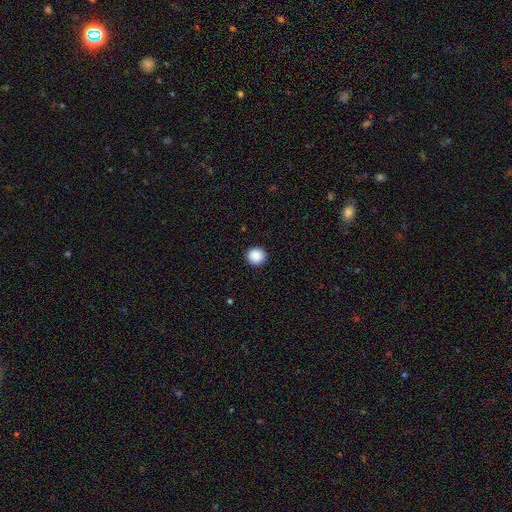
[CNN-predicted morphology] smooth-or-featured: smooth: 89% | star or artifact: 9% | featured or disk: 2%
  how-rounded: round: 93% | in between: 6% | cigar-shaped: 1%
  merging: none: 92% | minor disturbance: 5% | major disturbance: 2% | merger: 1%